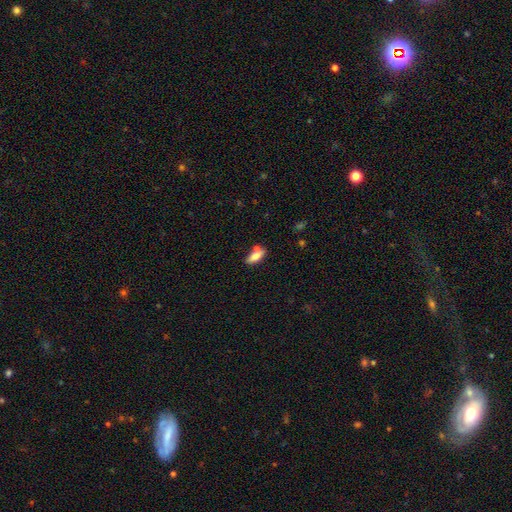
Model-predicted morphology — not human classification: Smooth or featured? Predicted: smooth (p=0.79). How rounded? Predicted: in between (p=0.69). Merging? Predicted: none (p=0.57).